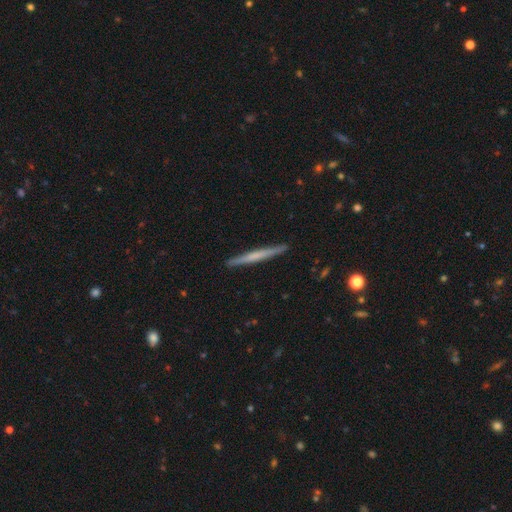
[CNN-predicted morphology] Q: Smooth or featured?
A: featured or disk (51%); runner-up: smooth (44%)
Q: Edge-on disk?
A: yes (98%); runner-up: no (2%)
Q: Merging?
A: none (92%); runner-up: minor disturbance (6%)